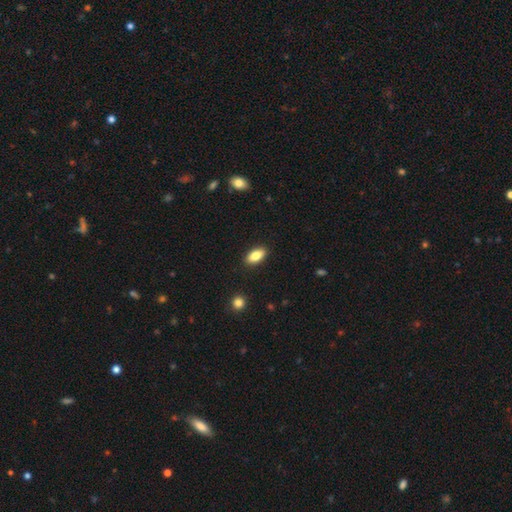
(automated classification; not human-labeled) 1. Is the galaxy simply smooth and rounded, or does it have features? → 84% smooth, 9% featured or disk, 7% star or artifact.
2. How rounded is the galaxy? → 90% in between, 6% cigar-shaped, 3% round.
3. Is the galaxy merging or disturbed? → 89% none, 8% minor disturbance, 2% major disturbance, 1% merger.